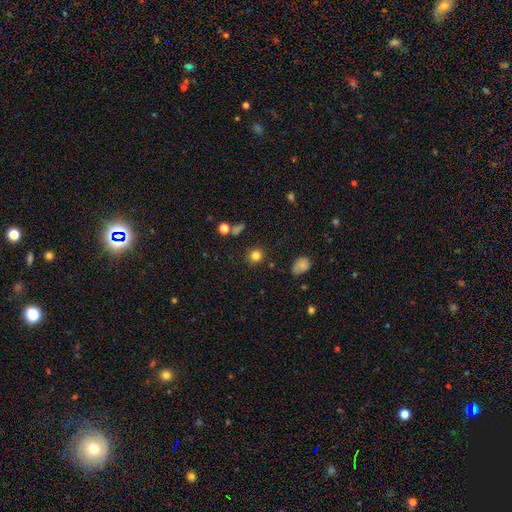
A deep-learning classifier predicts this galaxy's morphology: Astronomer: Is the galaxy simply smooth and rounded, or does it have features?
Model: smooth — 81%.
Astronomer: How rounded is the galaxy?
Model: round — 91%.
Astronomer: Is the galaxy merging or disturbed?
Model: none — 86%.